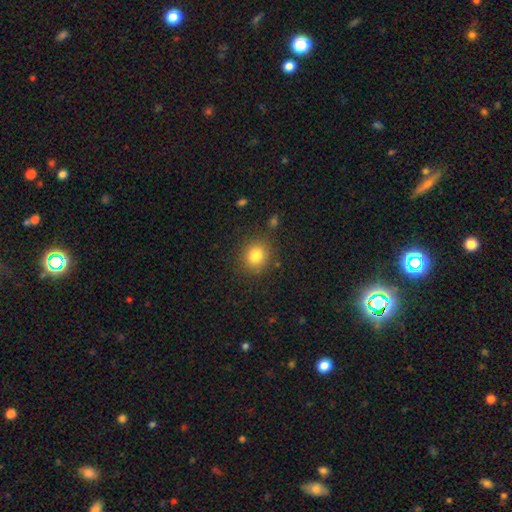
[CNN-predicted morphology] A smooth galaxy with no disk features (82%) that is round (83%). Merging: none (86%).